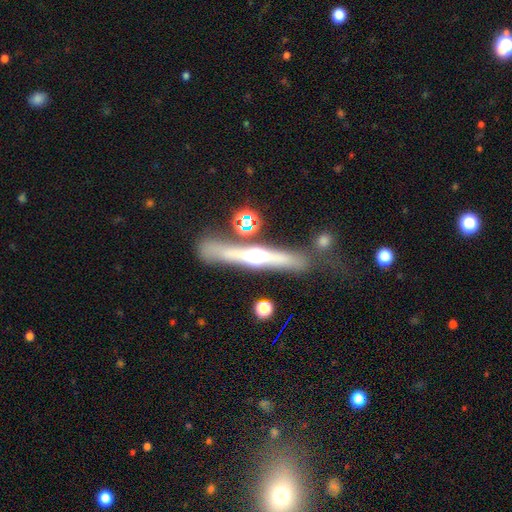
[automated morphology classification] Smooth or featured?
  - featured or disk: 66% *
  - smooth: 26%
  - star or artifact: 8%
Edge-on disk?
  - yes: 94% *
  - no: 6%
Edge-on bulge?
  - rounded: 89% *
  - none: 6%
  - boxy: 5%
Merging?
  - none: 76% *
  - minor disturbance: 13%
  - merger: 7%
  - major disturbance: 4%